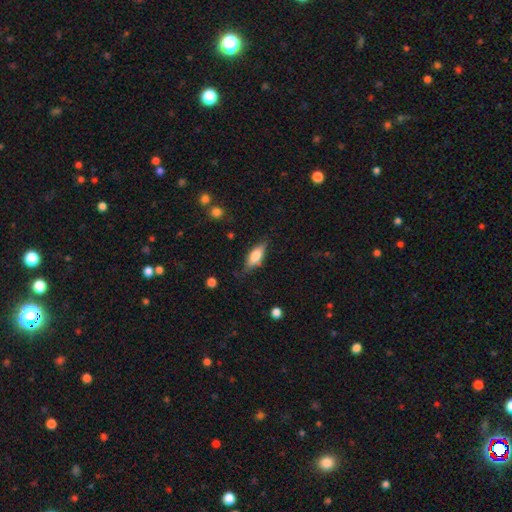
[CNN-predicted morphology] A smooth galaxy with no disk features (64%) that is in between round and cigar-shaped (67%). Merging: none (78%).